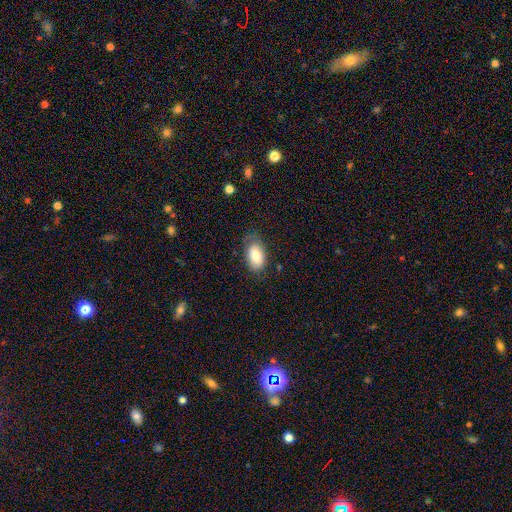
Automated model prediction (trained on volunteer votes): smooth-or-featured: smooth: 82% | featured or disk: 11% | star or artifact: 7%
  how-rounded: in between: 92% | round: 6% | cigar-shaped: 2%
  merging: none: 73% | minor disturbance: 21% | major disturbance: 5% | merger: 1%